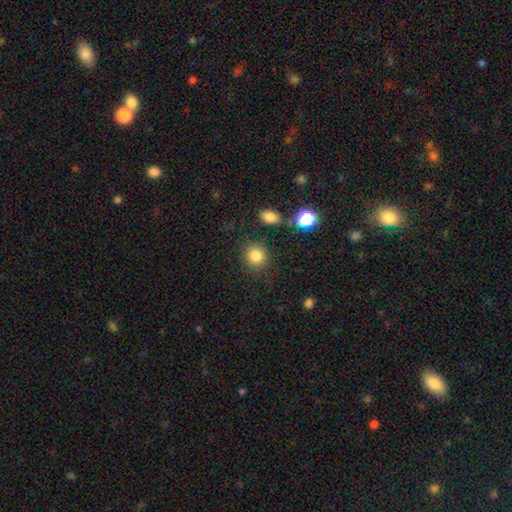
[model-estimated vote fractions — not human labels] Smooth or featured? smooth (83%)
How rounded? round (87%)
Merging? none (84%)